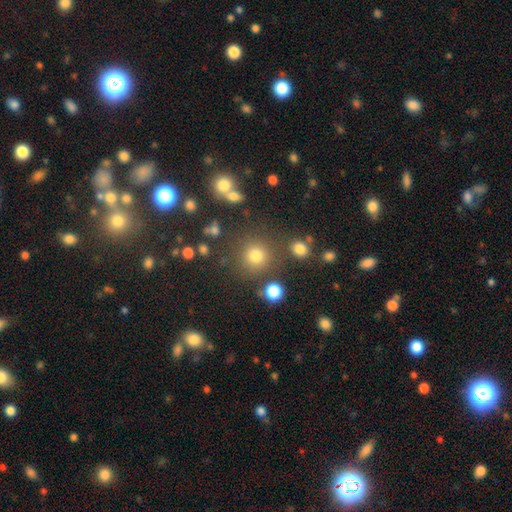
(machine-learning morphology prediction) A smooth galaxy with no disk features (75%) that is round (93%). Merging: none (81%).